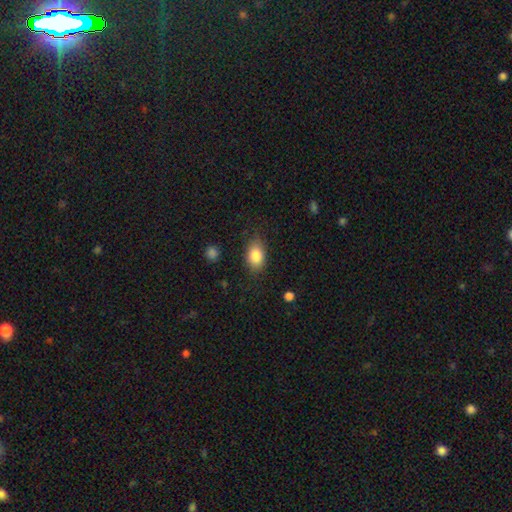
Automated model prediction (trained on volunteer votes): Smooth or featured? Predicted: smooth (p=0.84). How rounded? Predicted: in between (p=0.84). Merging? Predicted: none (p=0.79).